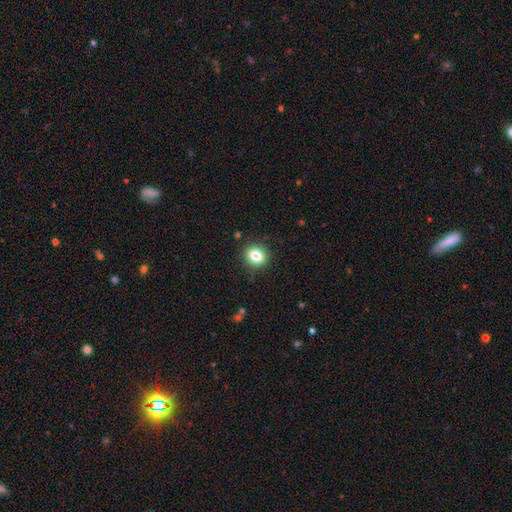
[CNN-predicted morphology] Q: Smooth or featured?
A: smooth (82%); runner-up: star or artifact (10%)
Q: How rounded?
A: round (57%); runner-up: in between (41%)
Q: Merging?
A: none (88%); runner-up: minor disturbance (9%)